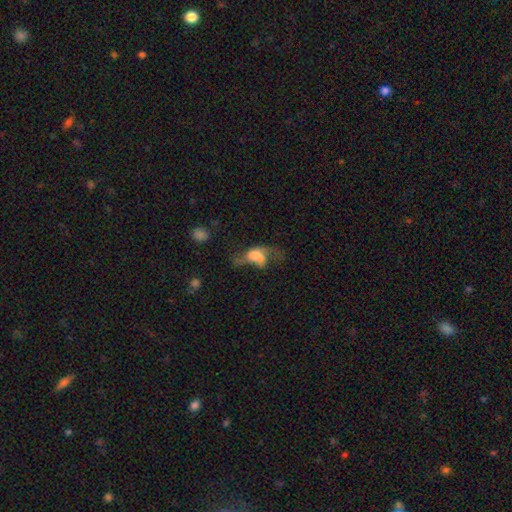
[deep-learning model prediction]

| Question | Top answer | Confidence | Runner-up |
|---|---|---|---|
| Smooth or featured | featured or disk | 48% | smooth (41%) |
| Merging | major disturbance | 52% | none (24%) |